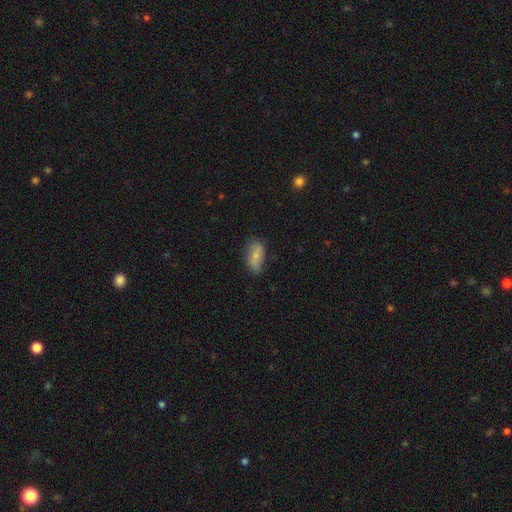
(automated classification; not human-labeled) smooth_or_featured: smooth (p=0.66) [alt: featured or disk p=0.26]
how_rounded: in between (p=0.89) [alt: cigar-shaped p=0.06]
merging: none (p=0.69) [alt: minor disturbance p=0.24]